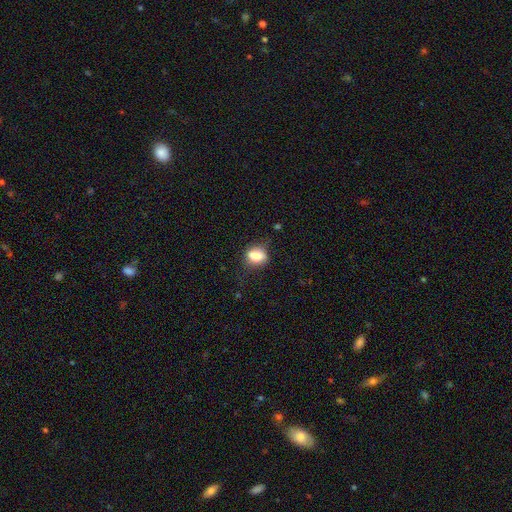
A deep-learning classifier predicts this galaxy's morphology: This is likely a smooth galaxy (79%). How rounded: likely in between (66%). Merging: likely none (71%).